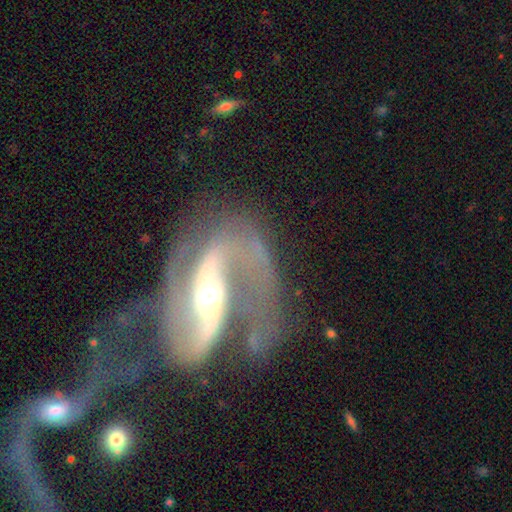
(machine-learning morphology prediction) A featured or disk galaxy (90%) with a strong bar (51%), 2 (90%) medium (49%) spiral arms (96%) and a moderate central bulge (65%). Merging: none (49%).